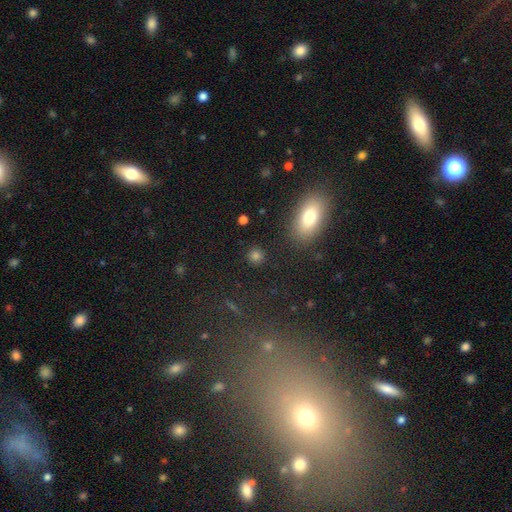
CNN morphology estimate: Smooth or featured? smooth (79%)
How rounded? round (86%)
Merging? none (88%)